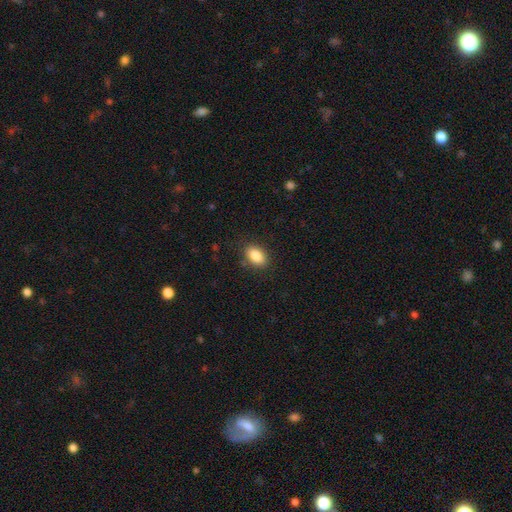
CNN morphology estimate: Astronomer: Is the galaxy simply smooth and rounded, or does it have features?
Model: smooth — 86%.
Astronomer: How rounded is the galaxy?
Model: in between — 87%.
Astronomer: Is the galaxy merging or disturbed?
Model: none — 85%.